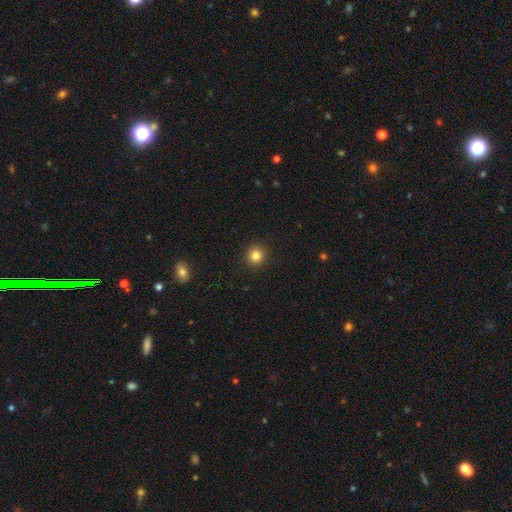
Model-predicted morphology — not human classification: Q: Smooth or featured?
A: smooth (84%); runner-up: star or artifact (12%)
Q: How rounded?
A: round (93%); runner-up: in between (6%)
Q: Merging?
A: none (92%); runner-up: minor disturbance (5%)